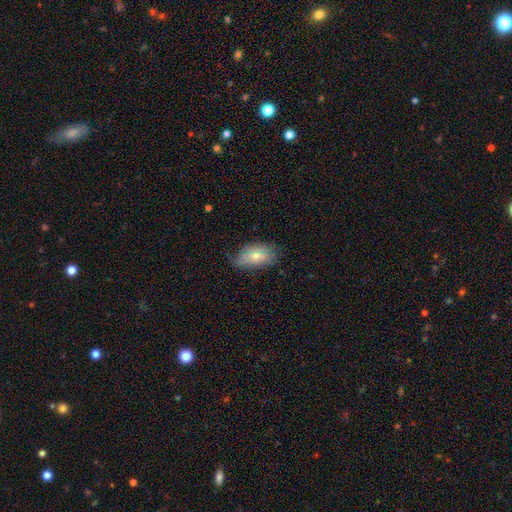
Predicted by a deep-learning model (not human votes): smooth 66%, featured or disk 25%, star or artifact 9%. Down the decision tree: how rounded — in between (91%); merging — none (63%).